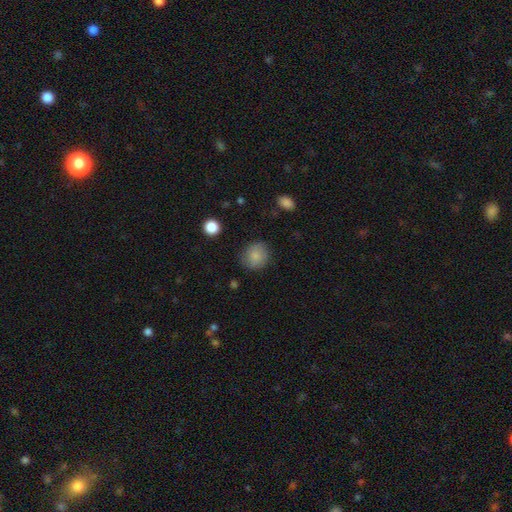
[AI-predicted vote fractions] smooth_or_featured: smooth (p=0.84) [alt: star or artifact p=0.09]
how_rounded: round (p=0.84) [alt: in between p=0.15]
merging: none (p=0.83) [alt: minor disturbance p=0.12]